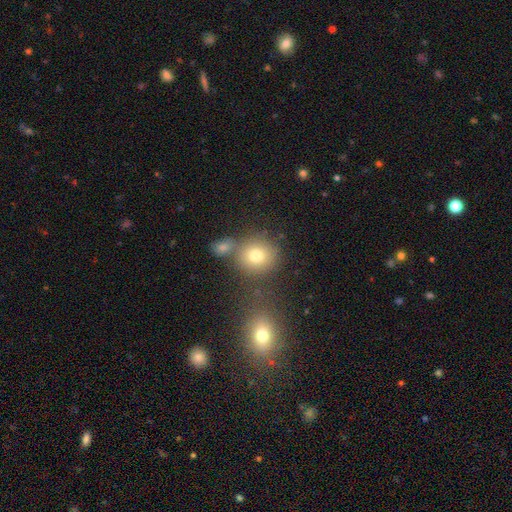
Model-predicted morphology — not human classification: Q: Smooth or featured?
A: smooth (75%); runner-up: star or artifact (14%)
Q: How rounded?
A: round (86%); runner-up: in between (13%)
Q: Merging?
A: none (65%); runner-up: merger (20%)